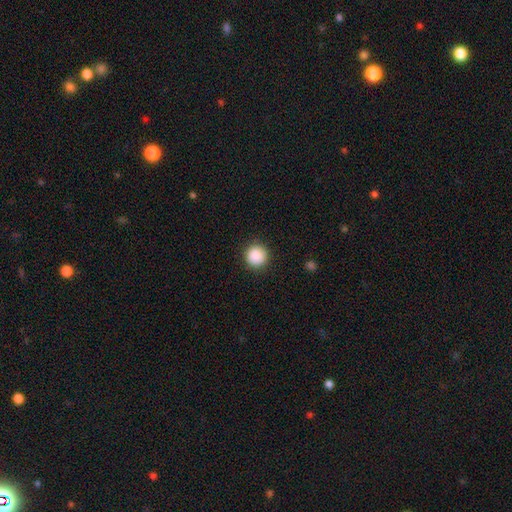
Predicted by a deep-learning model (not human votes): smooth-or-featured: smooth: 89% | star or artifact: 8% | featured or disk: 3%
  how-rounded: round: 95% | in between: 4% | cigar-shaped: 1%
  merging: none: 91% | minor disturbance: 6% | major disturbance: 2% | merger: 1%